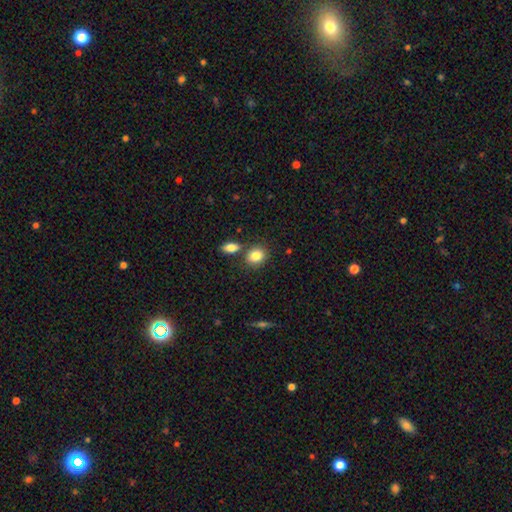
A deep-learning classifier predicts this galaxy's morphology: smooth-or-featured: smooth: 85% | star or artifact: 8% | featured or disk: 7%
  how-rounded: round: 53% | in between: 45% | cigar-shaped: 1%
  merging: none: 68% | merger: 18% | minor disturbance: 11% | major disturbance: 3%